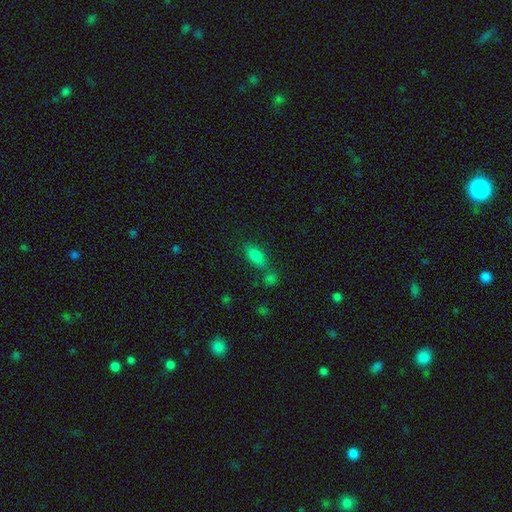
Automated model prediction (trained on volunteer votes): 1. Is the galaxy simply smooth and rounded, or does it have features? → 81% smooth, 11% star or artifact, 8% featured or disk.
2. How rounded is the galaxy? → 83% in between, 12% cigar-shaped, 5% round.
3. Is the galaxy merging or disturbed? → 54% none, 26% merger, 14% minor disturbance, 6% major disturbance.